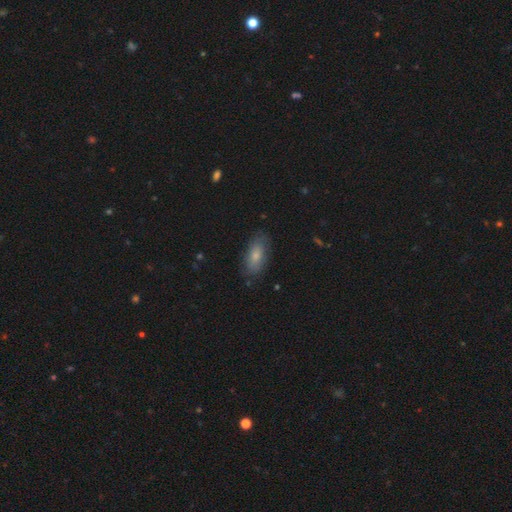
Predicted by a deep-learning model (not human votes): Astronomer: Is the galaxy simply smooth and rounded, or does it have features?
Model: smooth — 76%.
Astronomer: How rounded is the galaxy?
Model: in between — 86%.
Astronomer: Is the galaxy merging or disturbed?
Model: none — 79%.